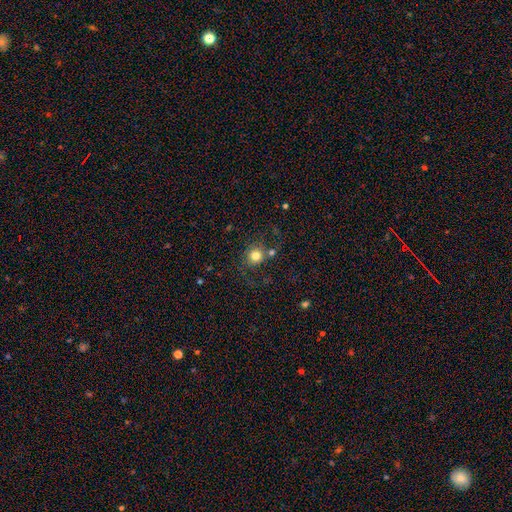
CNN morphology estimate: Smooth or featured?
  - smooth: 77% *
  - star or artifact: 12%
  - featured or disk: 11%
How rounded?
  - round: 88% *
  - in between: 11%
  - cigar-shaped: 1%
Merging?
  - none: 67% *
  - minor disturbance: 13%
  - merger: 11%
  - major disturbance: 9%